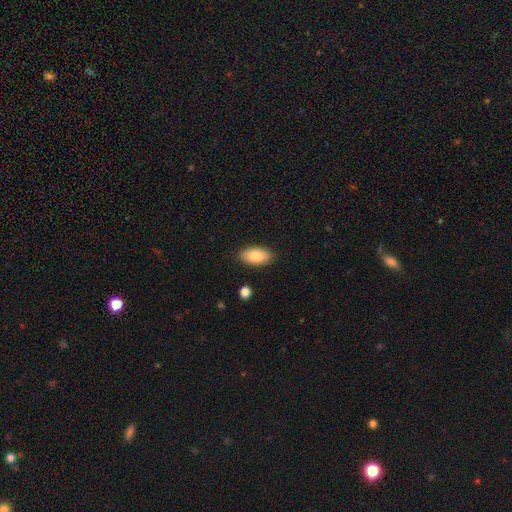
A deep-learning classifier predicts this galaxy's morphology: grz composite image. It shows a smooth galaxy with no disk features (82%) that is in between round and cigar-shaped (92%). Merging: none (87%).